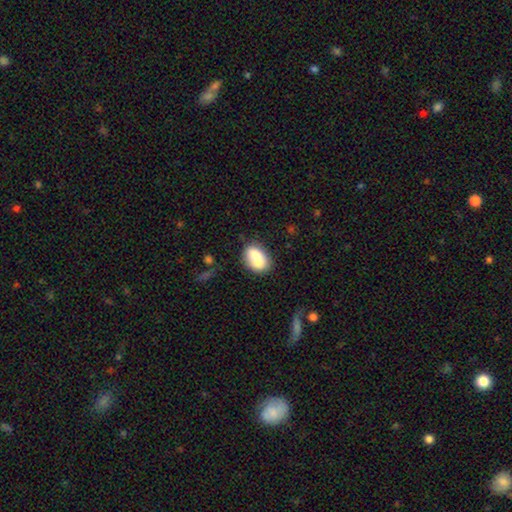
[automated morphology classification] This is likely a smooth galaxy (73%). How rounded: clearly in between (80%). Merging: marginally none (41%).